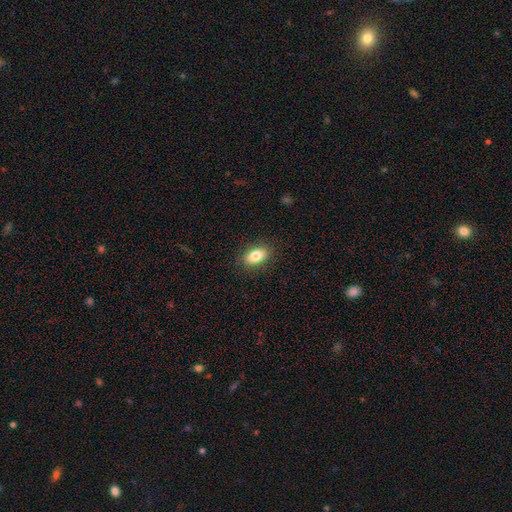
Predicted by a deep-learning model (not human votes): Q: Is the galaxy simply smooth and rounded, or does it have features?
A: smooth — 81%.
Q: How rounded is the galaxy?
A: in between — 89%.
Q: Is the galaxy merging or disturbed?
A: none — 87%.